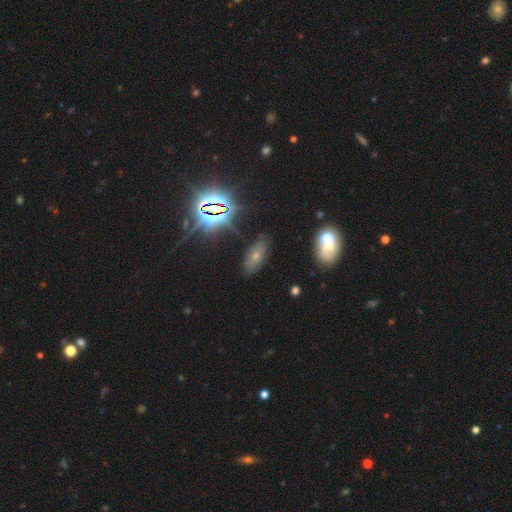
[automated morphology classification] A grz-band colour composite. It shows a smooth galaxy with no disk features (44%). Merging: none (77%).